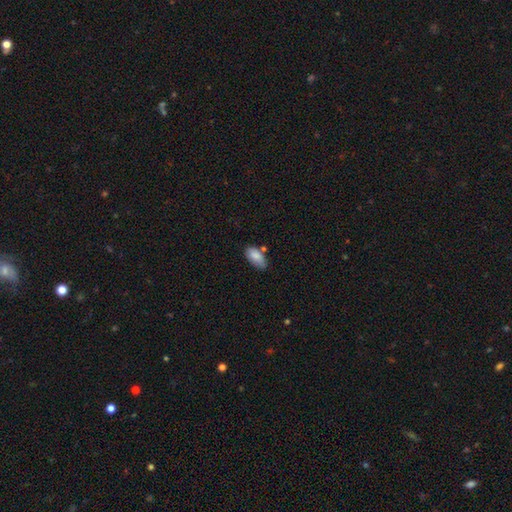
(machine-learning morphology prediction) Overall: smooth (85%). How rounded: in between (92%). Merging: none (59%; minor disturbance 27%).